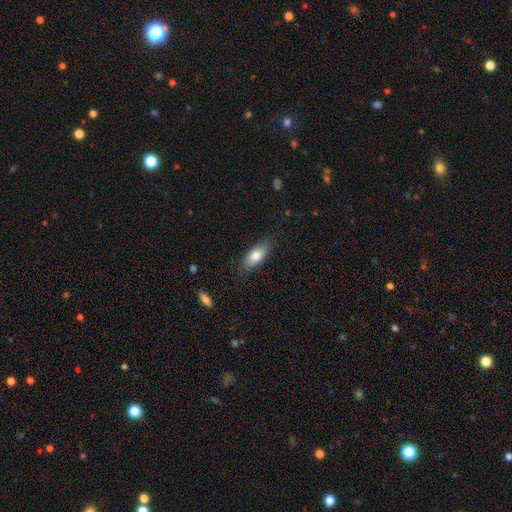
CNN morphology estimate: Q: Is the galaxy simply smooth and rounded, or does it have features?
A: smooth — 77%.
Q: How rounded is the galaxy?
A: in between — 76%.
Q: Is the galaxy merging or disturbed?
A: none — 80%.